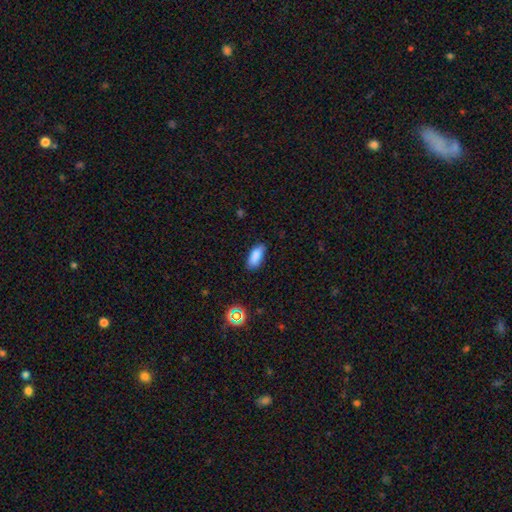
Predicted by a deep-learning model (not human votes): Smooth or featured?
  - smooth: 85% *
  - star or artifact: 9%
  - featured or disk: 6%
How rounded?
  - in between: 83% *
  - cigar-shaped: 15%
  - round: 3%
Merging?
  - none: 79% *
  - minor disturbance: 16%
  - major disturbance: 3%
  - merger: 1%